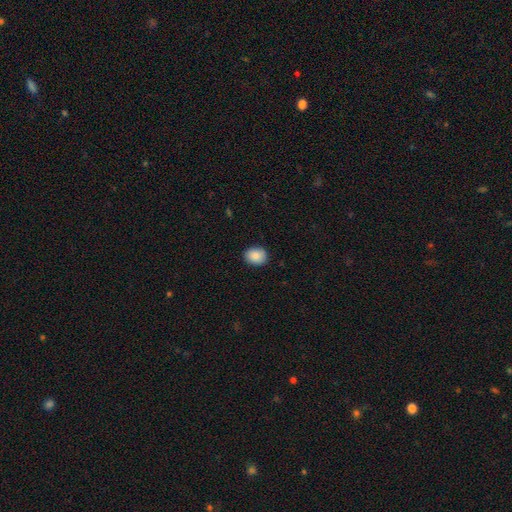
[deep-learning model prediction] Smooth or featured? smooth (88%)
How rounded? round (50%, tied with in between)
Merging? none (89%)